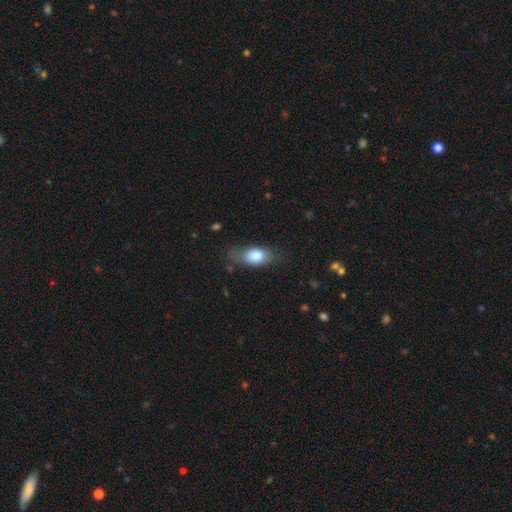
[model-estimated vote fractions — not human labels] A smooth galaxy with no disk features (77%) that is in between round and cigar-shaped (81%).

Vote fractions:
- Smooth or featured? smooth: 77% / featured or disk: 16% / star or artifact: 7%
- How rounded? in between: 81% / cigar-shaped: 11% / round: 8%
- Merging? none: 69% / minor disturbance: 21% / major disturbance: 8% / merger: 2%